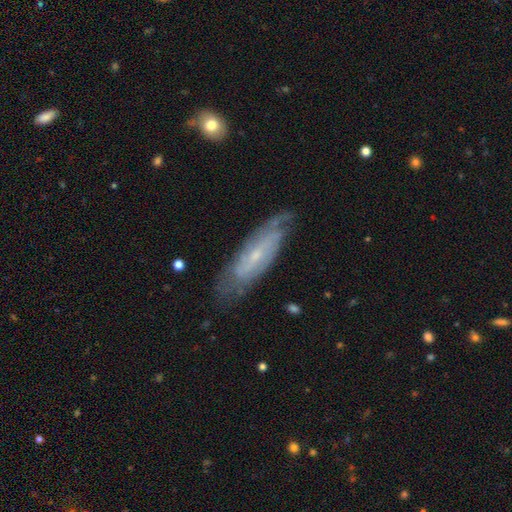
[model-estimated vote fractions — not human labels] Smooth or featured? featured or disk (73%)
Edge-on disk? no (78%)
Bar? no (54%)
Spiral arms? yes (87%)
Bulge size? small (74%)
Merging? none (72%)